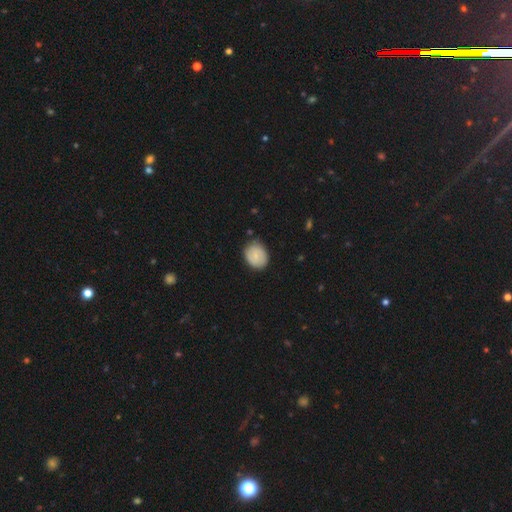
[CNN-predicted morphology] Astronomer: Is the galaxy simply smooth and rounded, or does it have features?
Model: smooth — 71%.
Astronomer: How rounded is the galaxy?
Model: round — 58% (runner-up: in between, 41%).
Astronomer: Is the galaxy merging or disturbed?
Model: none — 78%.